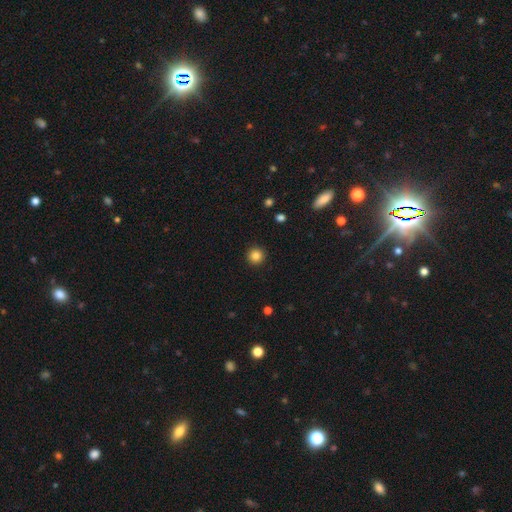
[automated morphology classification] Overall: smooth (85%). How rounded: round (95%). Merging: none (93%).